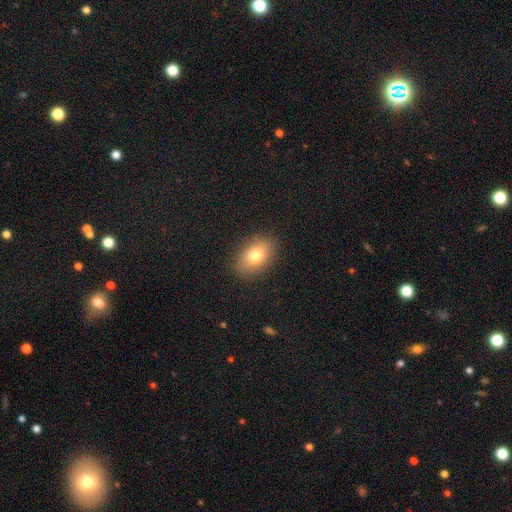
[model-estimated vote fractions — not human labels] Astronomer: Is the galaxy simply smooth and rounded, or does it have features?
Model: smooth — 77%.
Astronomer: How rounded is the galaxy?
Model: in between — 85%.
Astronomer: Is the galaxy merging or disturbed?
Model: none — 87%.